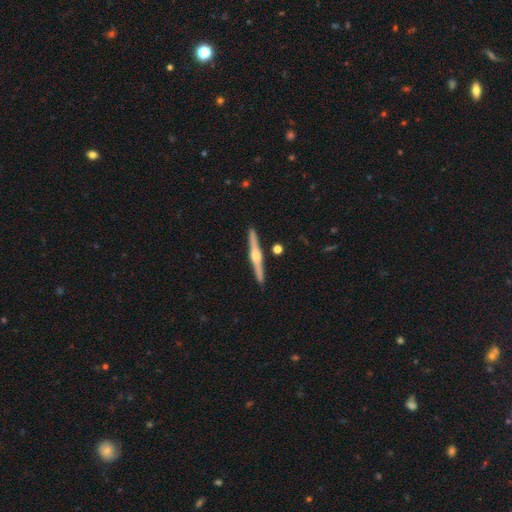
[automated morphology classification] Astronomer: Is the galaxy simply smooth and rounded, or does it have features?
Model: featured or disk — 81%.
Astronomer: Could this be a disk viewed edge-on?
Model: yes — 98%.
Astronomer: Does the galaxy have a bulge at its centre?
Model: rounded — 92%.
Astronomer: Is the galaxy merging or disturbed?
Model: none — 92%.